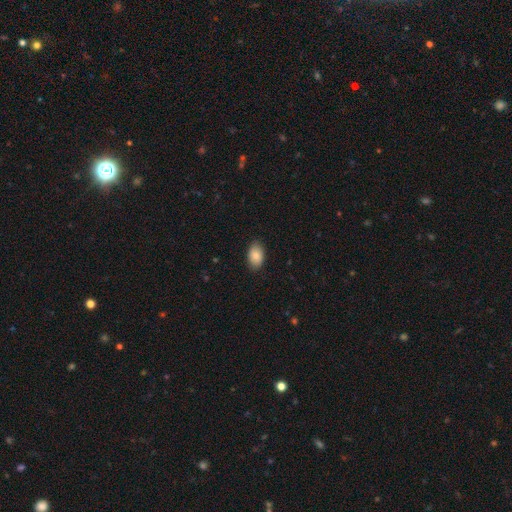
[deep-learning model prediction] Smooth or featured: smooth — 85% (featured or disk — 8%)
How rounded: in between — 91% (round — 8%)
Merging: none — 86% (minor disturbance — 11%)